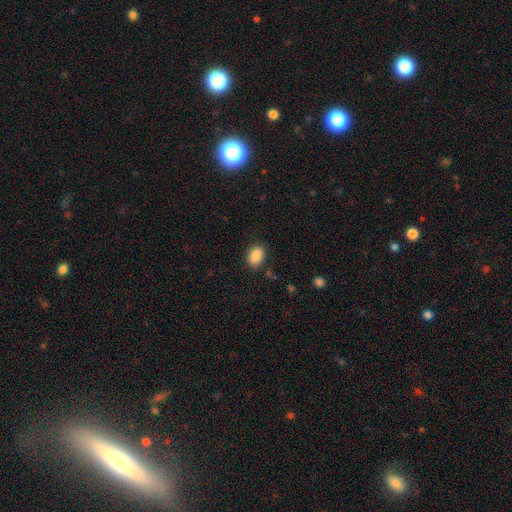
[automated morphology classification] Smooth or featured? Predicted: smooth (p=0.89). How rounded? Predicted: in between (p=0.84). Merging? Predicted: none (p=0.83).